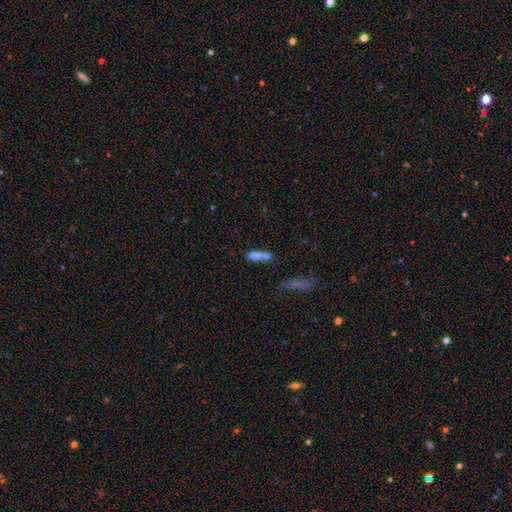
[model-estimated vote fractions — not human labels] Overall: smooth (68%). How rounded: in between (61%; cigar-shaped 30%). Merging: merger (54%; none 25%).